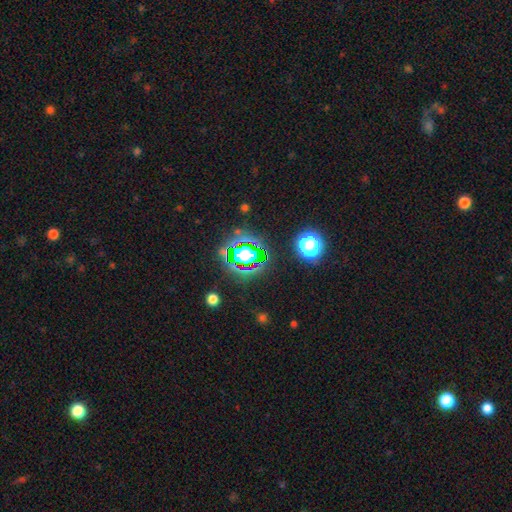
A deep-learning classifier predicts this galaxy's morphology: The model was most divided on "smooth or featured": star or artifact: 77%, smooth: 15%, featured or disk: 8%.